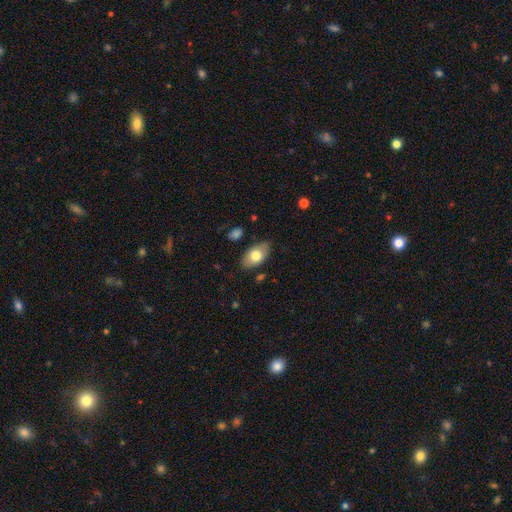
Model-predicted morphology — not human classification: Smooth or featured? smooth (74%)
How rounded? in between (93%)
Merging? none (80%)